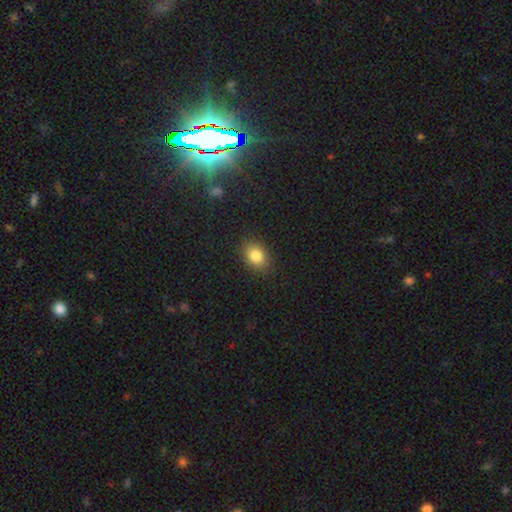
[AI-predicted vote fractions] Smooth or featured? smooth (83%)
How rounded? in between (74%)
Merging? none (87%)